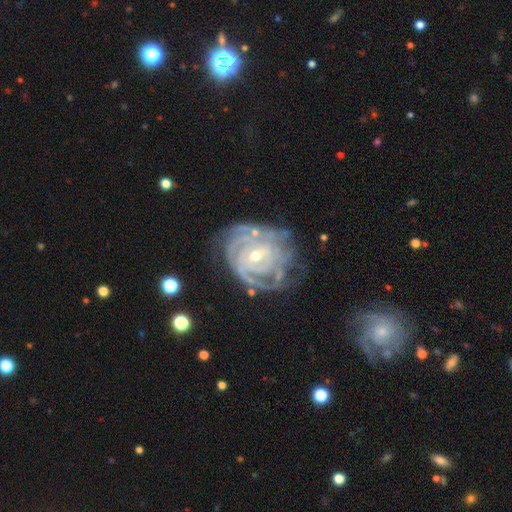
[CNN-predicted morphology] type=featured or disk (90%); edge-on=no (97%); bar=no (57%); spiral arms=yes (97%); winding=tight (79%); arm count=can't tell (31%); bulge=small (55%); merging=none (63%).